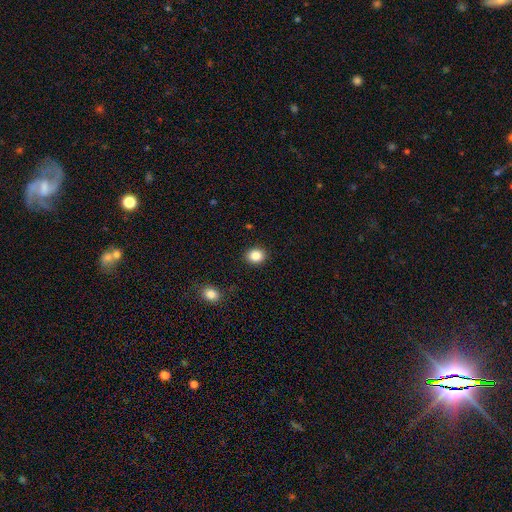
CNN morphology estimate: A smooth galaxy with no disk features (86%) that is round (62%). Merging: none (90%).